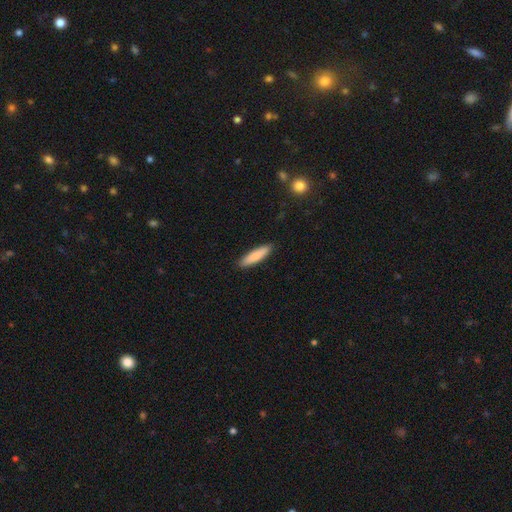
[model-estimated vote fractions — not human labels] Smooth or featured: smooth — 82% (featured or disk — 13%)
How rounded: cigar-shaped — 78% (in between — 21%)
Merging: none — 90% (minor disturbance — 7%)